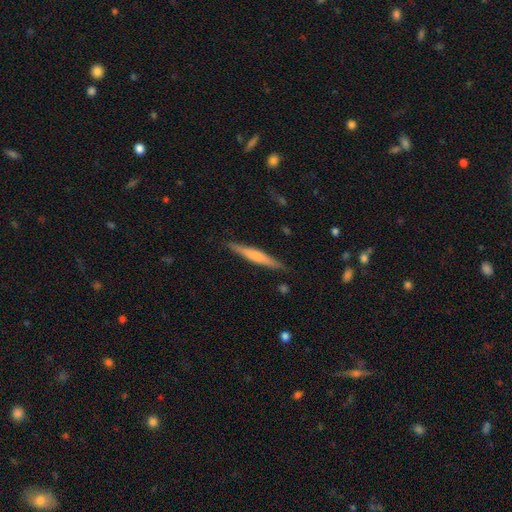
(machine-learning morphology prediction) A smooth galaxy with no disk features (50%).

Vote fractions:
- Smooth or featured? smooth: 50% / featured or disk: 44% / star or artifact: 6%
- Merging? none: 88% / minor disturbance: 9% / major disturbance: 2% / merger: 1%